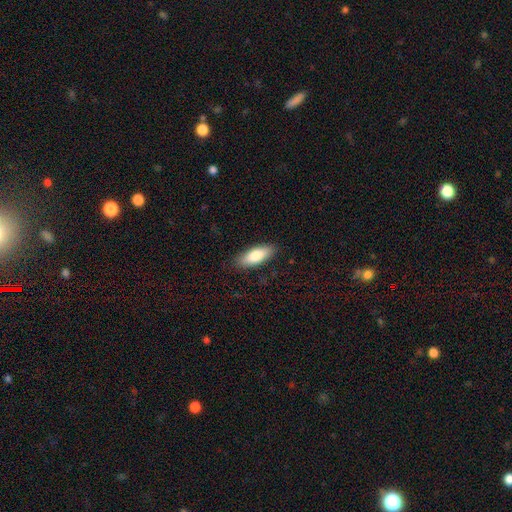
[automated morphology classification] This is clearly a smooth galaxy (82%). How rounded: likely in between (71%). Merging: clearly none (87%).